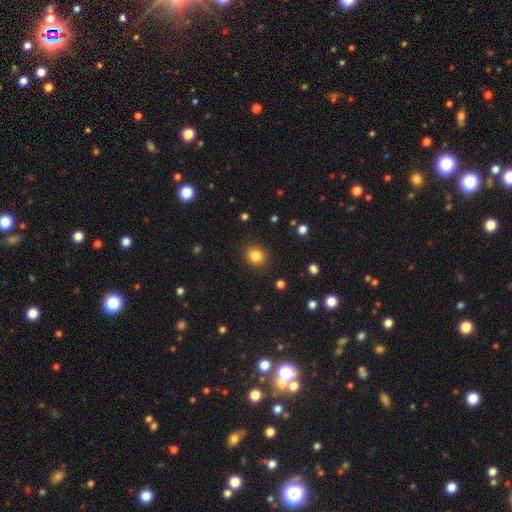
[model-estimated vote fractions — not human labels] smooth-or-featured: smooth: 84% | star or artifact: 11% | featured or disk: 5%
  how-rounded: round: 74% | in between: 25% | cigar-shaped: 1%
  merging: none: 89% | minor disturbance: 7% | major disturbance: 3% | merger: 1%